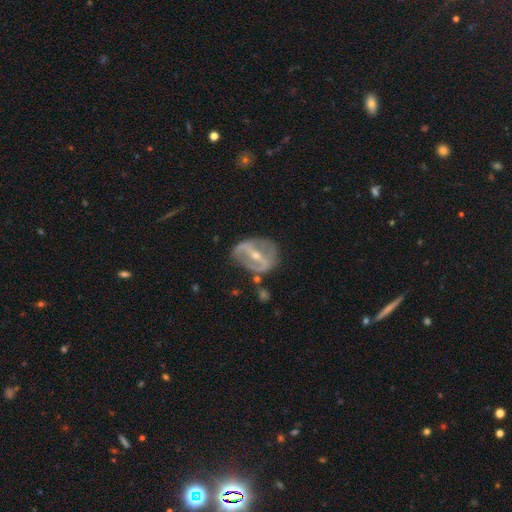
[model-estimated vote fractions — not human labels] A featured or disk galaxy (80%) with a strong bar (71%), spiral arms (55%) and a small central bulge (53%).

Vote fractions:
- Smooth or featured? featured or disk: 80% / smooth: 14% / star or artifact: 6%
- Edge-on disk? no: 91% / yes: 9%
- Bar? strong: 71% / weak: 20% / no: 9%
- Spiral arms? yes: 55% / no: 45%
- Bulge size? small: 53% / moderate: 43% / large: 1% / none: 1% / dominant: 1%
- Merging? none: 61% / minor disturbance: 22% / major disturbance: 13% / merger: 4%